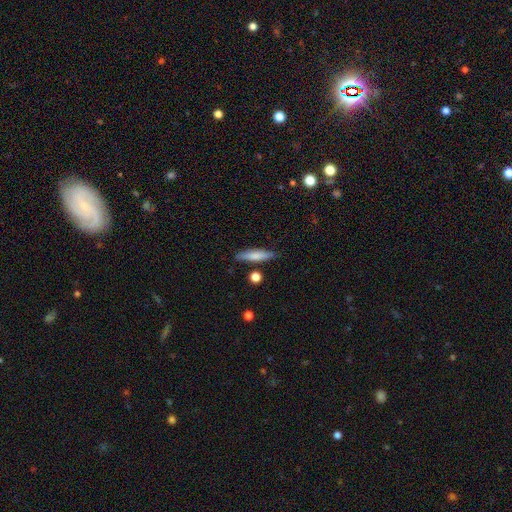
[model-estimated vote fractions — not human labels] Overall: smooth (74%). How rounded: cigar-shaped (81%). Merging: none (81%).